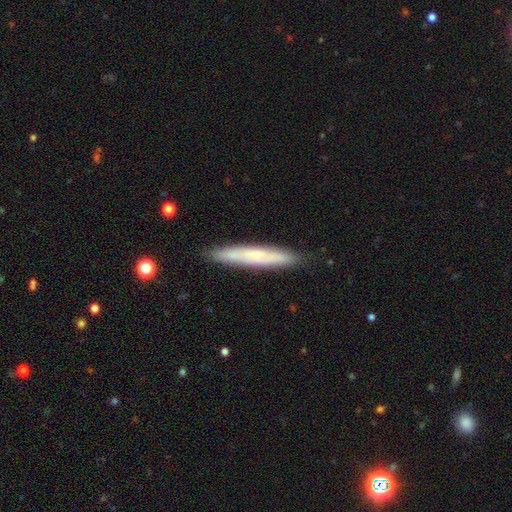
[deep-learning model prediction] Q: Smooth or featured?
A: featured or disk (47%); tied with: smooth (47%)
Q: Merging?
A: none (88%); runner-up: minor disturbance (9%)